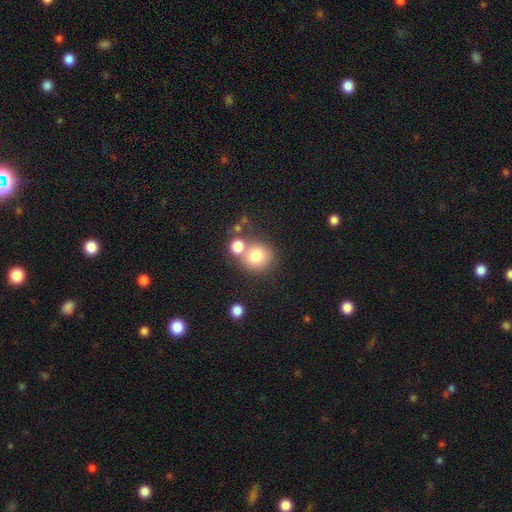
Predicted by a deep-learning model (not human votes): A smooth galaxy with no disk features (78%) that is round (85%). Merging: none (51%).